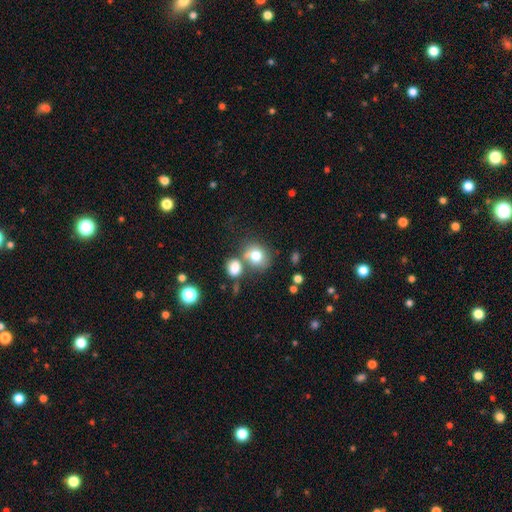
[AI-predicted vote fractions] Smooth or featured? smooth (76%)
How rounded? round (65%)
Merging? none (49%)